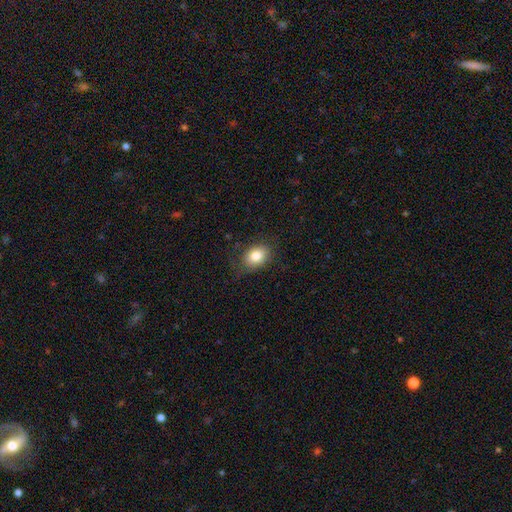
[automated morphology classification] A smooth galaxy with no disk features (81%) that is in between round and cigar-shaped (71%).

Vote fractions:
- Smooth or featured? smooth: 81% / featured or disk: 10% / star or artifact: 9%
- How rounded? in between: 71% / round: 28% / cigar-shaped: 1%
- Merging? none: 77% / minor disturbance: 17% / major disturbance: 6% / merger: 1%